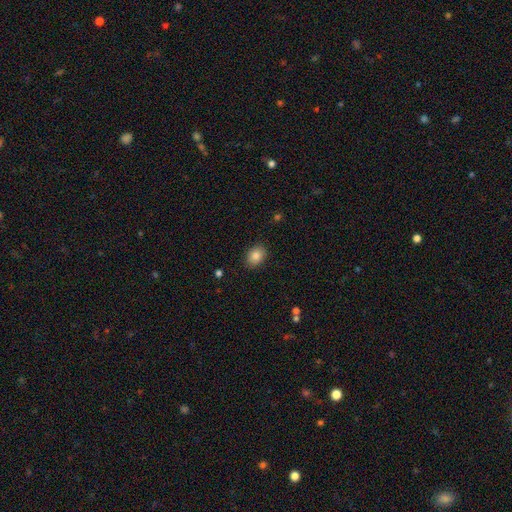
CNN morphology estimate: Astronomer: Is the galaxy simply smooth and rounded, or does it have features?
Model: smooth — 85%.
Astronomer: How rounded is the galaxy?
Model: in between — 65%.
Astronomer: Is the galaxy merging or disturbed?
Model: none — 88%.